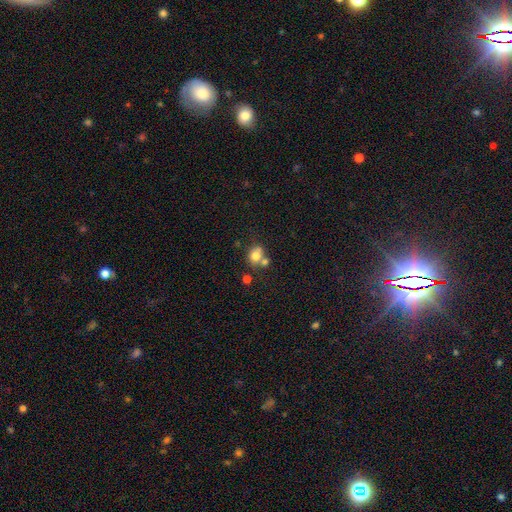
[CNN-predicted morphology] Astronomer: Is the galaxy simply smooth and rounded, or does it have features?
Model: smooth — 76%.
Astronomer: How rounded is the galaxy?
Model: round — 69%.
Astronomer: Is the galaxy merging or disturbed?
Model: none — 47% (runner-up: merger, 37%).